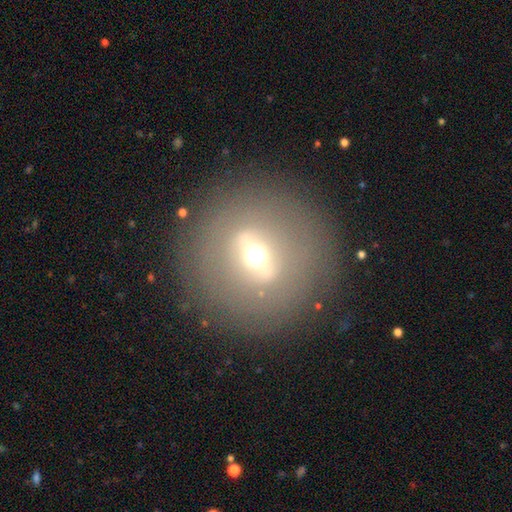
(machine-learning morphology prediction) Smooth or featured? featured or disk (57%)
Edge-on disk? no (65%)
Merging? none (86%)